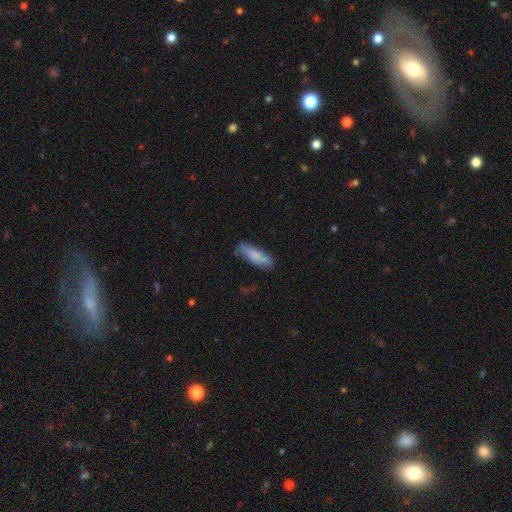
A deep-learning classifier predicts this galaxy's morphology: type=smooth (79%); roundness=cigar-shaped (53%); merging=none (73%).